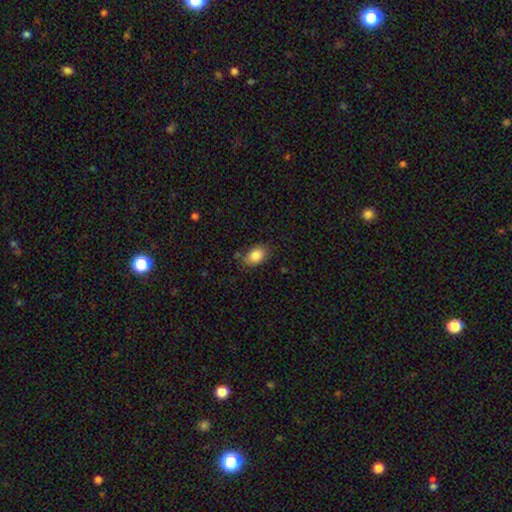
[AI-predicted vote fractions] Smooth or featured? smooth (85%)
How rounded? in between (84%)
Merging? none (76%)